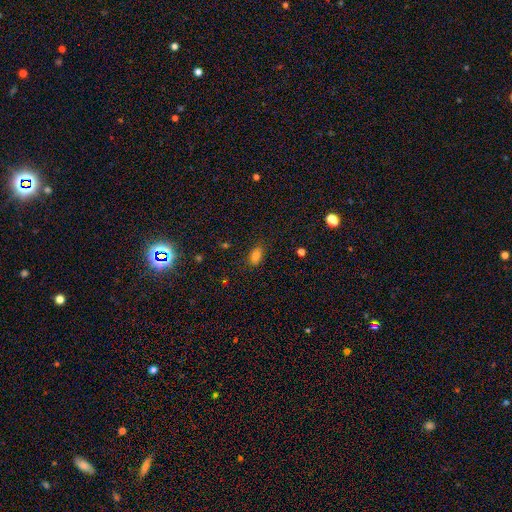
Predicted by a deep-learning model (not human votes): Smooth or featured? smooth (81%)
How rounded? in between (87%)
Merging? none (82%)